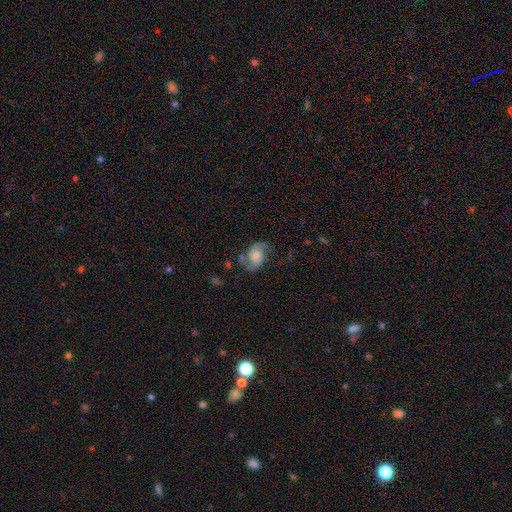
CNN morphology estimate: A featured or disk galaxy (83%) with no bar (68%), 2 (92%) medium (48%) spiral arms (96%) and a moderate central bulge (40%). Merging: none (67%).